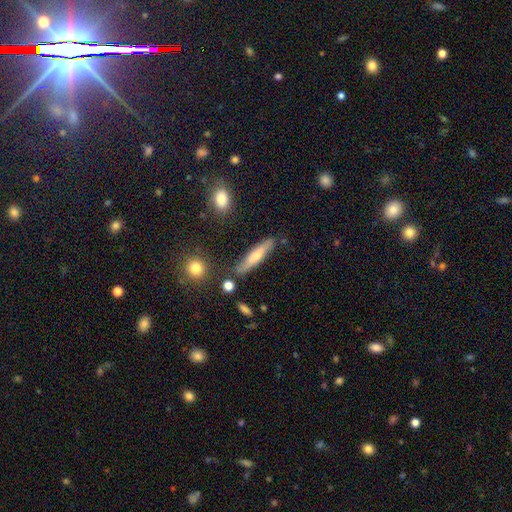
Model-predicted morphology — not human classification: smooth 59%, featured or disk 34%, star or artifact 7%. Down the decision tree: how rounded — cigar-shaped (84%); merging — none (77%).